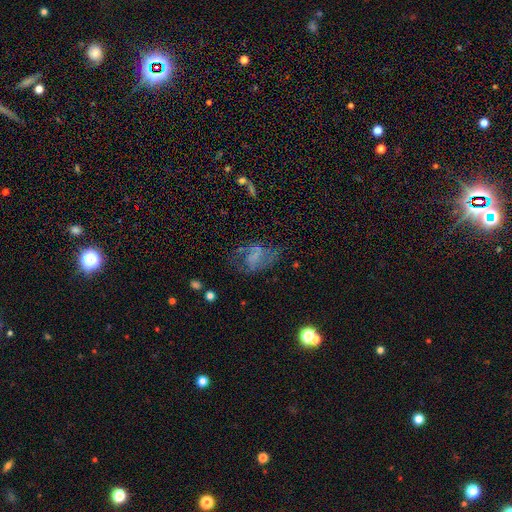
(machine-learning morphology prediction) Smooth or featured: featured or disk — 50% (smooth — 34%)
Edge-on disk: no — 97% (yes — 3%)
Merging: none — 44% (major disturbance — 30%)